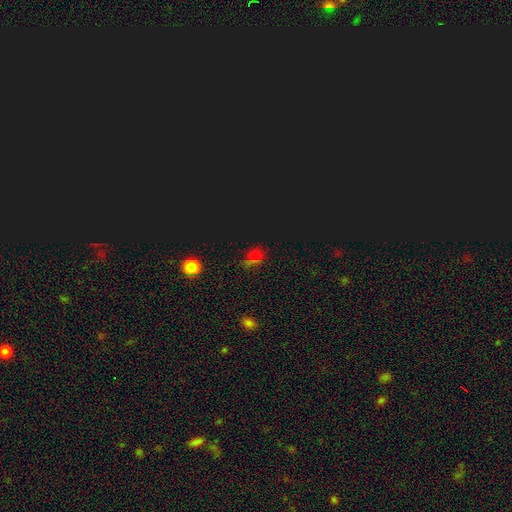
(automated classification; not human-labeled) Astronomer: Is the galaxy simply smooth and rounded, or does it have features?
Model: star or artifact — 56% (runner-up: smooth, 36%).